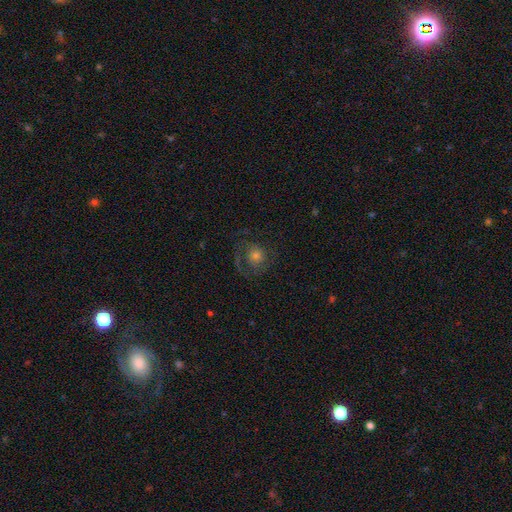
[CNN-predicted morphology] A featured or disk galaxy (55%) with no bar (80%), spiral arms (80%) and a moderate central bulge (49%). Merging: none (66%).